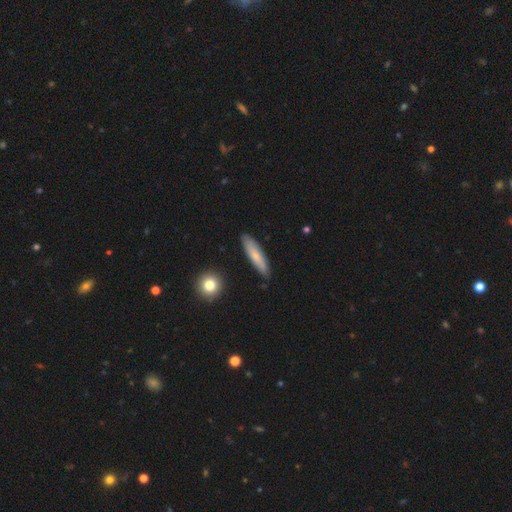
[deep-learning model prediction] smooth_or_featured: smooth (p=0.69) [alt: featured or disk p=0.25]
how_rounded: cigar-shaped (p=0.77) [alt: in between p=0.21]
merging: none (p=0.85) [alt: minor disturbance p=0.11]